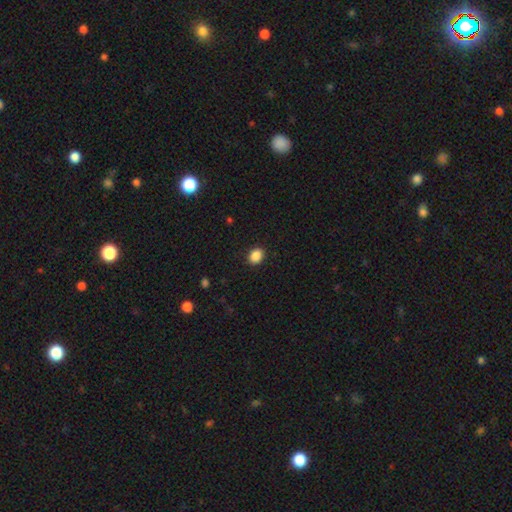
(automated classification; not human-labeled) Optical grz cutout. It shows a smooth galaxy with no disk features (88%) that is round (52%). Merging: none (90%).